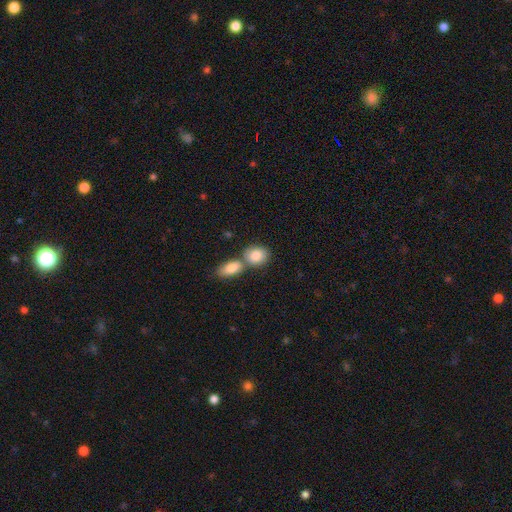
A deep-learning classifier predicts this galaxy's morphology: A smooth galaxy with no disk features (85%) that is in between round and cigar-shaped (52%). Merging: merger (44%).